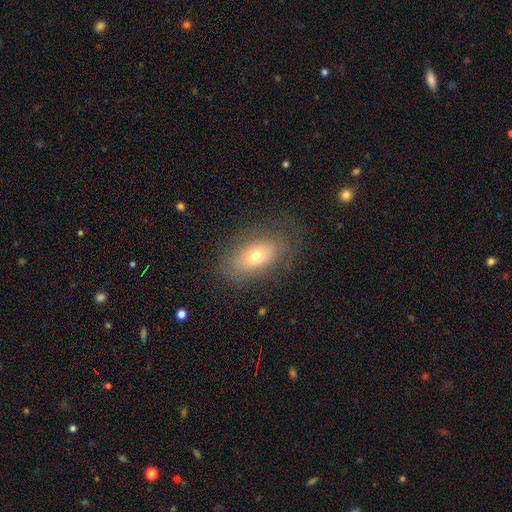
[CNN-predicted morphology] Smooth or featured?
  - smooth: 65% *
  - featured or disk: 25%
  - star or artifact: 10%
How rounded?
  - in between: 87% *
  - round: 11%
  - cigar-shaped: 3%
Merging?
  - none: 74% *
  - minor disturbance: 16%
  - major disturbance: 8%
  - merger: 1%